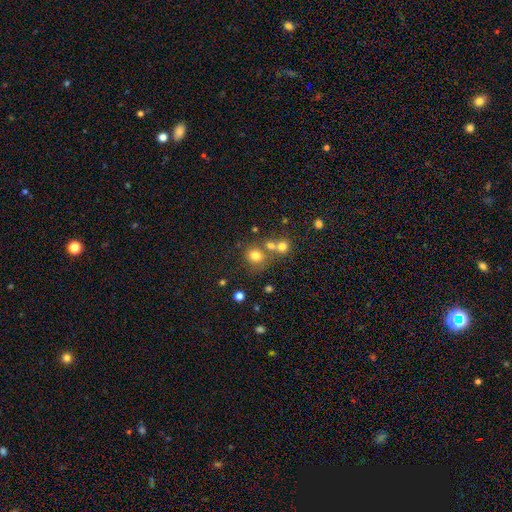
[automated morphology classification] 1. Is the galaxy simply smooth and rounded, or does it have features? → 75% smooth, 16% star or artifact, 9% featured or disk.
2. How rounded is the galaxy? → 83% round, 16% in between, 1% cigar-shaped.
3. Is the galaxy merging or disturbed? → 58% none, 27% merger, 10% minor disturbance, 5% major disturbance.